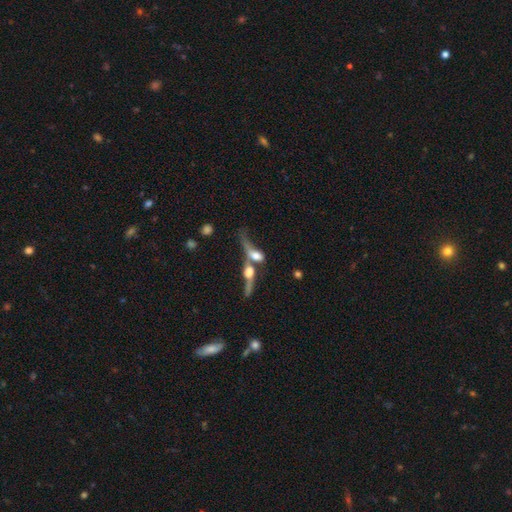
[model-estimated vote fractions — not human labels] A smooth galaxy with no disk features (45%). Merging: merger (69%).